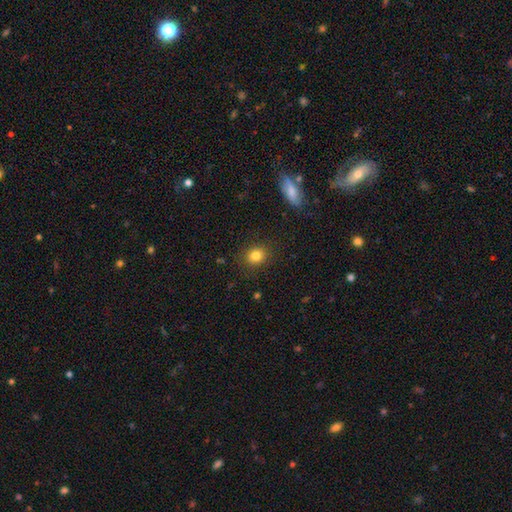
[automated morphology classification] The model was most divided on "how rounded": round: 75%, in between: 24%, cigar-shaped: 1%. More confident: merging — none (88%); smooth or featured — smooth (83%).